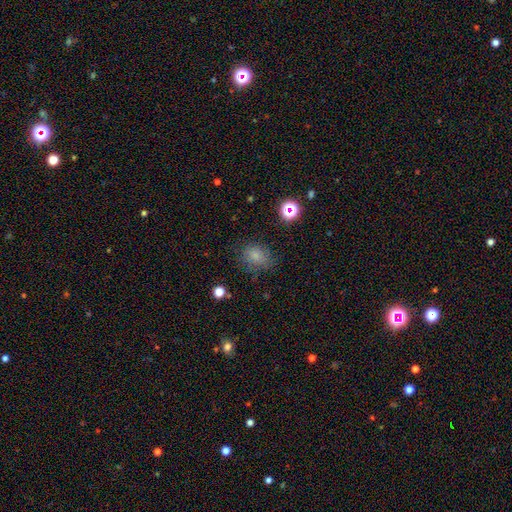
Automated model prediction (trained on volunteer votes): This appears to be a smooth galaxy with no disk features (74%) that is in between round and cigar-shaped (51%). Merging: none (70%).